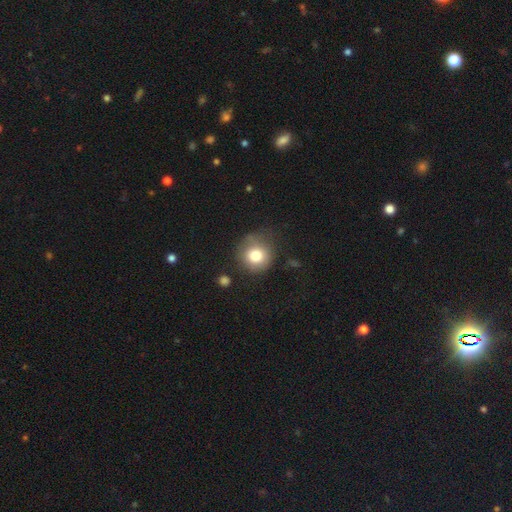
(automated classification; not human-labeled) Smooth or featured? smooth (79%)
How rounded? round (91%)
Merging? none (70%)